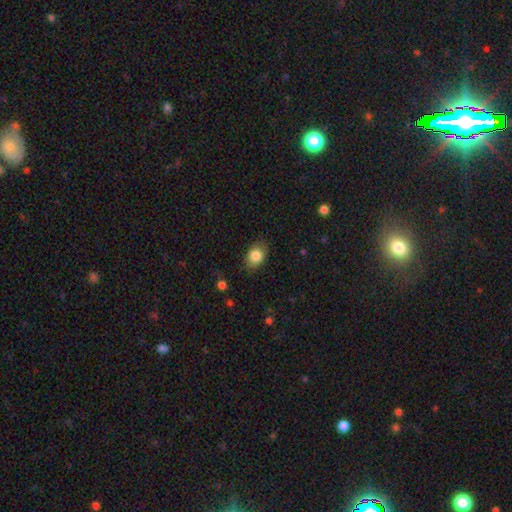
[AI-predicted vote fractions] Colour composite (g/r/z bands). It shows a smooth galaxy with no disk features (84%) that is in between round and cigar-shaped (66%). Merging: none (79%).